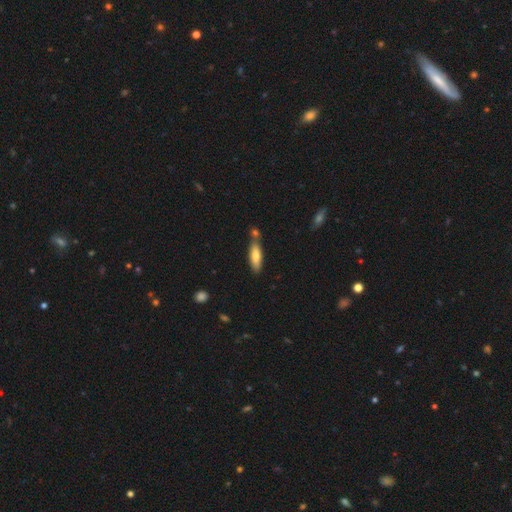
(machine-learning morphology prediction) smooth-or-featured: smooth: 75% | featured or disk: 19% | star or artifact: 6%
  how-rounded: cigar-shaped: 51% | in between: 47% | round: 2%
  merging: none: 63% | merger: 19% | minor disturbance: 15% | major disturbance: 3%